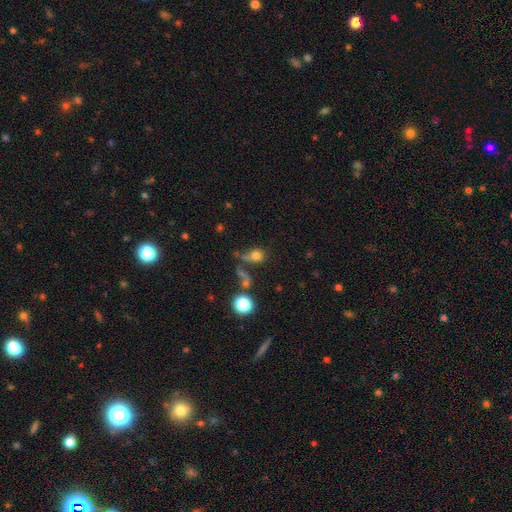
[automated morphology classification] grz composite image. It shows a smooth galaxy with no disk features (72%) that is round (69%). Merging: none (48%).